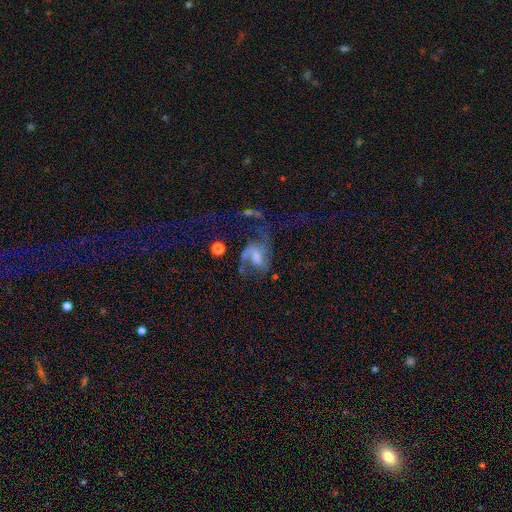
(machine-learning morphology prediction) smooth-or-featured: featured or disk: 70% | smooth: 18% | star or artifact: 12%
  disk-edge-on: no: 97% | yes: 3%
    bar: weak: 44% | no: 41% | strong: 15%
    has-spiral-arms: yes: 82% | no: 18%
      spiral-winding: loose: 57% | medium: 34% | tight: 9%
      spiral-arm-count: 2: 53% | 1: 19% | can't tell: 14% | 3: 8% | 4: 3% | more than 4: 3%
    bulge-size: none: 30% | moderate: 29% | small: 29% | large: 10% | dominant: 2%
  merging: major disturbance: 44% | none: 31% | minor disturbance: 16% | merger: 8%